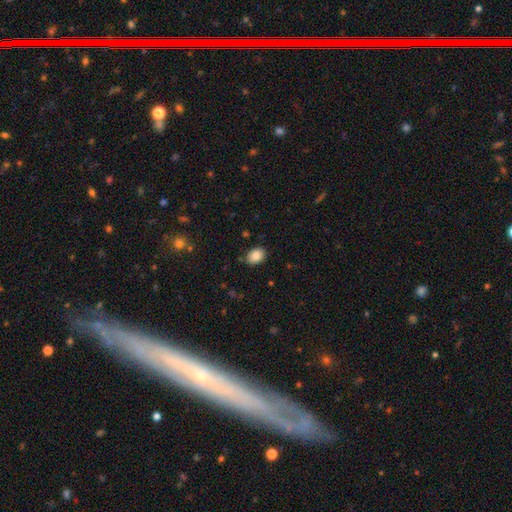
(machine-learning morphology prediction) A smooth galaxy with no disk features (86%) that is in between round and cigar-shaped (70%). Merging: none (84%).